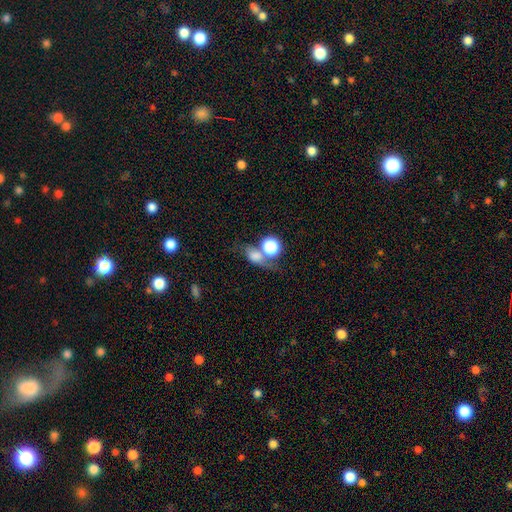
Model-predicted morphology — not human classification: smooth_or_featured: smooth (p=0.66) [alt: featured or disk p=0.18]
how_rounded: in between (p=0.52) [alt: round p=0.43]
merging: none (p=0.39) [alt: merger p=0.36]